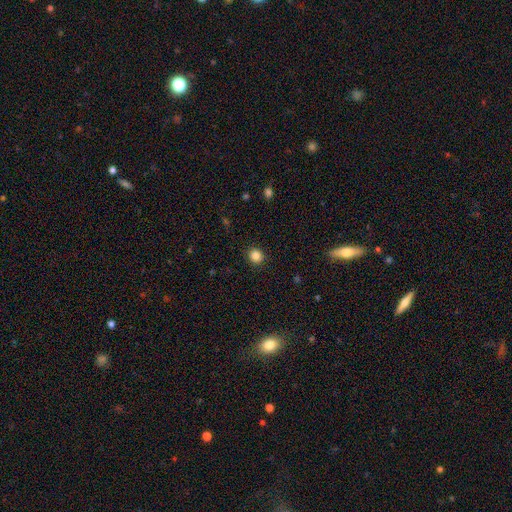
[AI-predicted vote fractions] This appears to be a smooth galaxy with no disk features (85%) that is round (87%). Merging: none (91%).